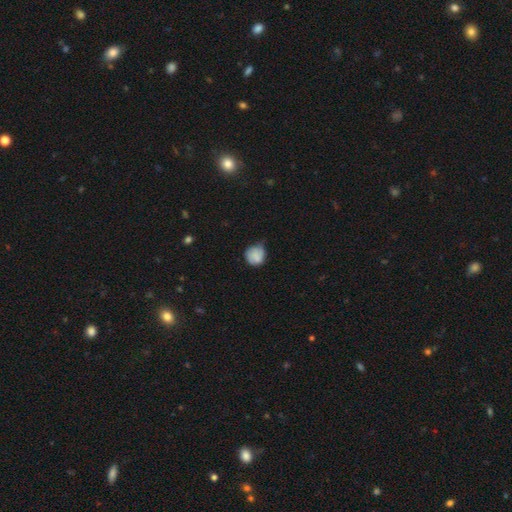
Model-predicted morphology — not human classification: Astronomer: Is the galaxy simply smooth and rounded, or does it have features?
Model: smooth — 75%.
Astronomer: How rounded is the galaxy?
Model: round — 78%.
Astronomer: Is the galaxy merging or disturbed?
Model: none — 44%, tied with minor disturbance at 44%.